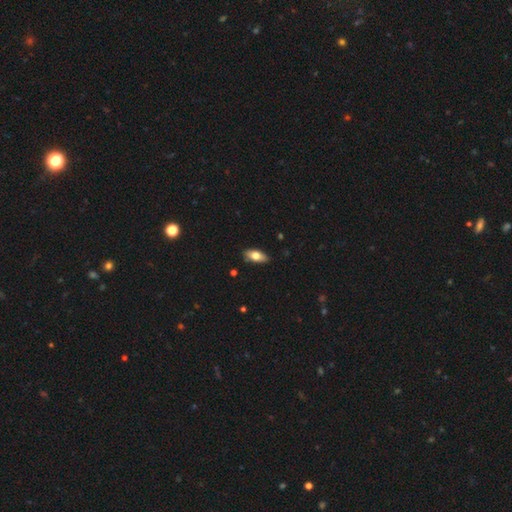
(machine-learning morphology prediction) Overall: smooth (72%). How rounded: in between (85%). Merging: none (84%).